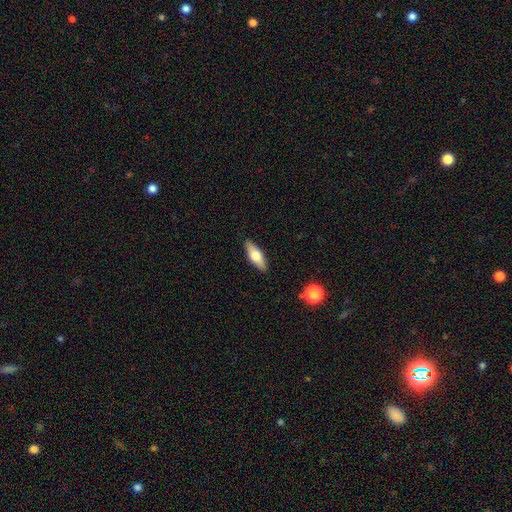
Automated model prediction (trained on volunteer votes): Smooth or featured? Predicted: smooth (p=0.57). How rounded? Predicted: in between (p=0.59). Merging? Predicted: none (p=0.88).